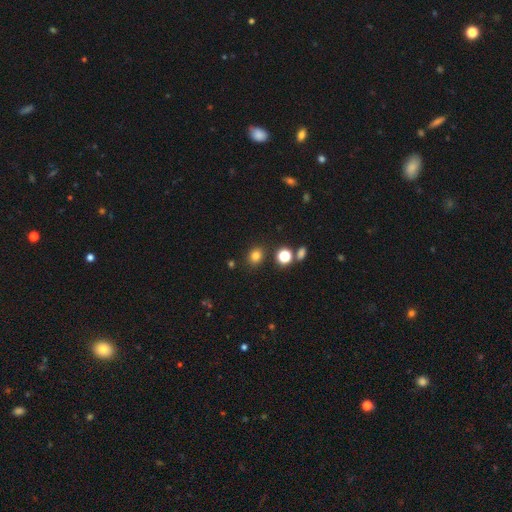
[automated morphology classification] smooth-or-featured: smooth: 79% | star or artifact: 16% | featured or disk: 6%
  how-rounded: round: 67% | in between: 32% | cigar-shaped: 1%
  merging: none: 84% | minor disturbance: 9% | merger: 5% | major disturbance: 3%